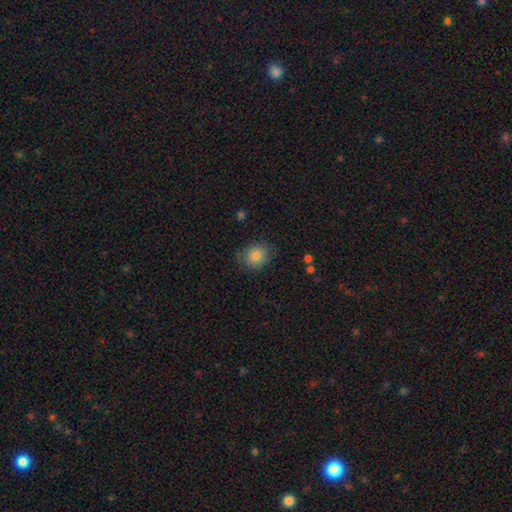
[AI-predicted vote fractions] Smooth or featured: smooth — 83% (star or artifact — 9%)
How rounded: round — 72% (in between — 27%)
Merging: none — 77% (minor disturbance — 17%)